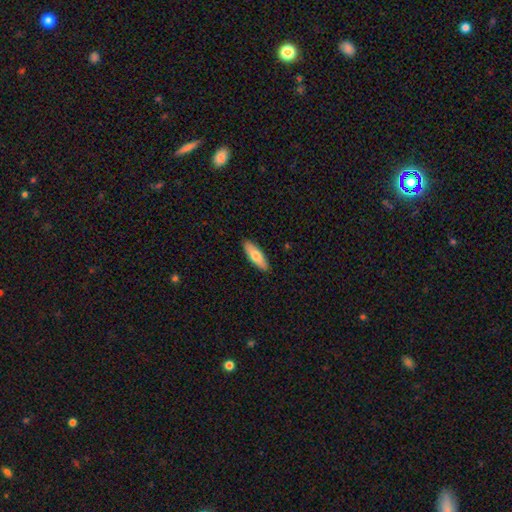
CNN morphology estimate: The model was most divided on "how rounded": in between: 57%, cigar-shaped: 41%, round: 2%. More confident: merging — none (90%); smooth or featured — smooth (72%).